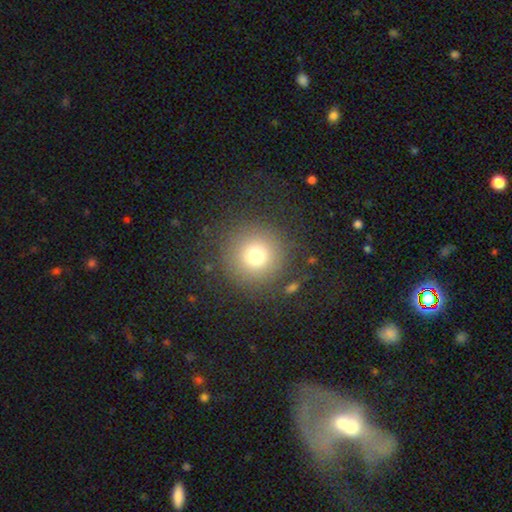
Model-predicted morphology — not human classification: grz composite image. It shows a smooth galaxy with no disk features (73%) that is round (96%). Merging: none (86%).